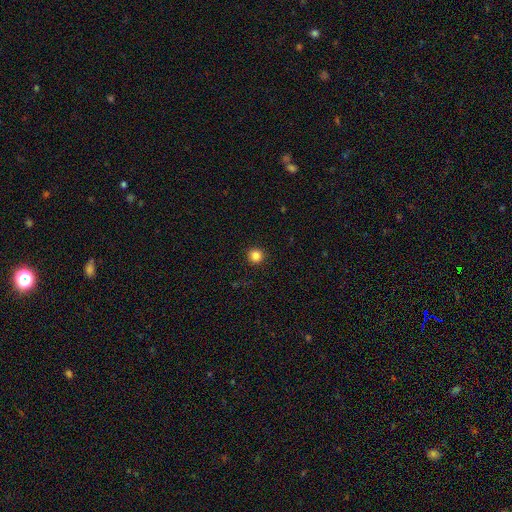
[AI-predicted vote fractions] Smooth or featured? Predicted: smooth (p=0.85). How rounded? Predicted: round (p=0.95). Merging? Predicted: none (p=0.93).